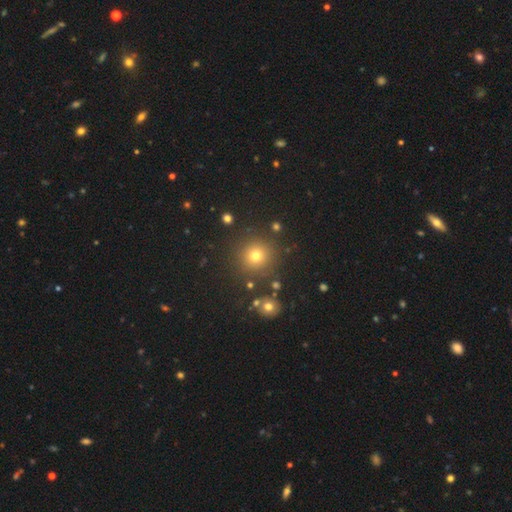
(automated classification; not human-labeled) Smooth or featured: smooth — 73% (star or artifact — 20%)
How rounded: round — 94% (in between — 5%)
Merging: none — 88% (minor disturbance — 7%)